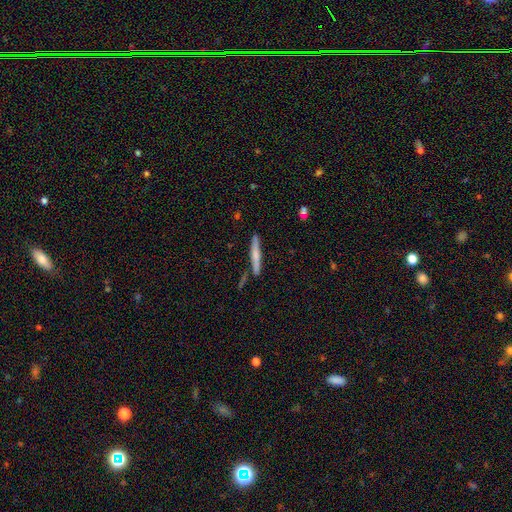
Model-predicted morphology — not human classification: Smooth or featured?
  - smooth: 49% *
  - featured or disk: 45%
  - star or artifact: 6%
Merging?
  - none: 83% *
  - minor disturbance: 10%
  - merger: 5%
  - major disturbance: 2%